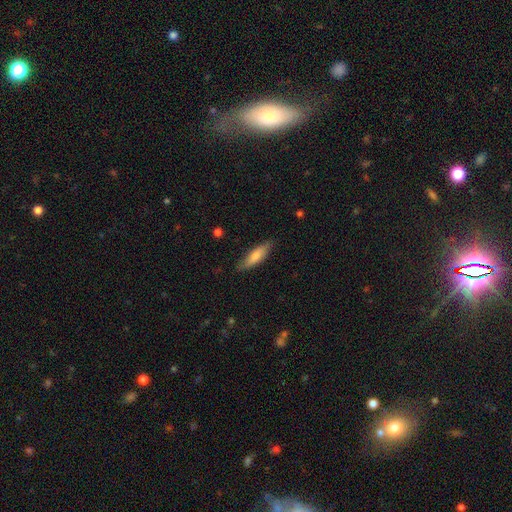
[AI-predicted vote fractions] Overall: smooth (74%). How rounded: cigar-shaped (63%; in between 36%). Merging: none (82%).